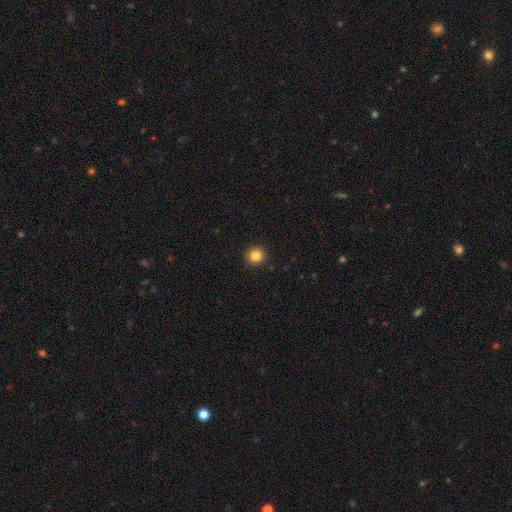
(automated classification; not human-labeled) smooth 84%, star or artifact 11%, featured or disk 5%. Down the decision tree: how rounded — round (93%); merging — none (93%).